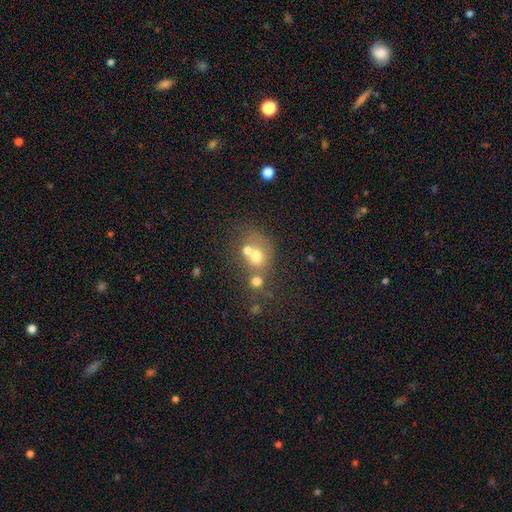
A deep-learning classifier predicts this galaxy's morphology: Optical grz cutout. It shows a smooth galaxy with no disk features (62%) that is round (69%). Merging: merger (48%).